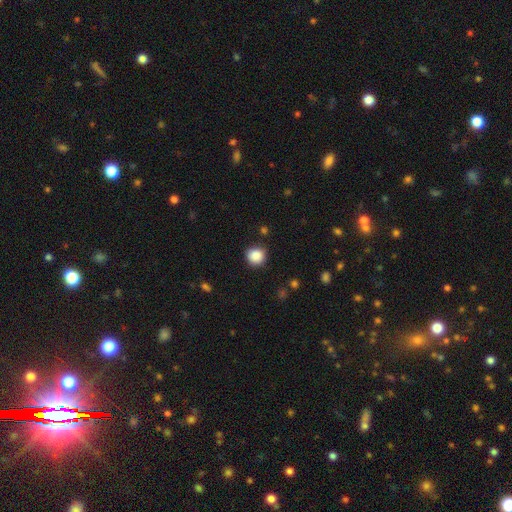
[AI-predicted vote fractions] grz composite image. It shows a smooth galaxy with no disk features (87%) that is round (89%). Merging: none (84%).